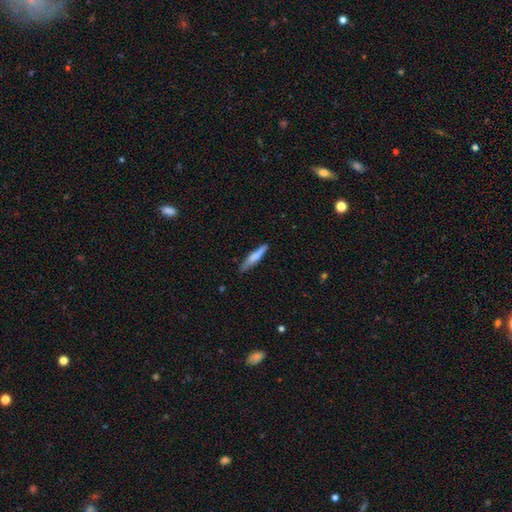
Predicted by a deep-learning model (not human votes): Q: Smooth or featured?
A: smooth (65%); runner-up: featured or disk (29%)
Q: How rounded?
A: cigar-shaped (90%); runner-up: in between (9%)
Q: Merging?
A: none (82%); runner-up: minor disturbance (14%)